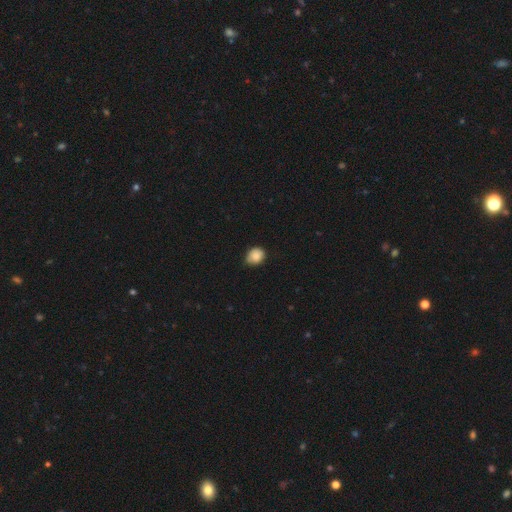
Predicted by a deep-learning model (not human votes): The model was most divided on "how rounded": round: 61%, in between: 38%, cigar-shaped: 1%. More confident: smooth or featured — smooth (86%); merging — none (68%).